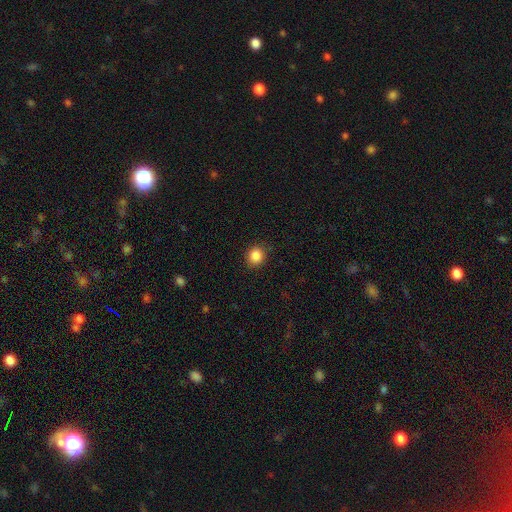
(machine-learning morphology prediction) smooth-or-featured: smooth: 86% | star or artifact: 10% | featured or disk: 4%
  how-rounded: round: 81% | in between: 18% | cigar-shaped: 1%
  merging: none: 87% | minor disturbance: 9% | major disturbance: 3% | merger: 1%